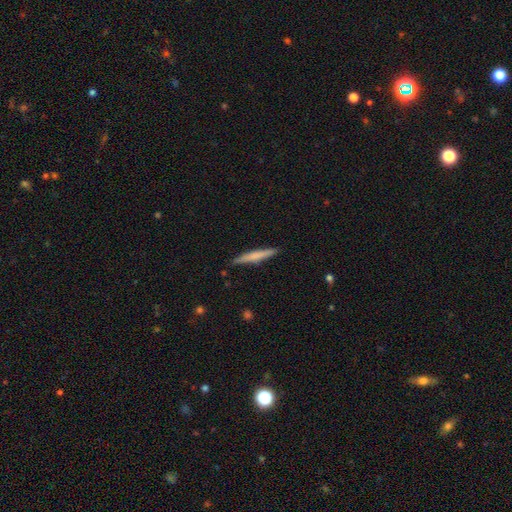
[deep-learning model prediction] This is possibly a smooth galaxy (59%). How rounded: clearly cigar-shaped (95%). Merging: clearly none (88%).